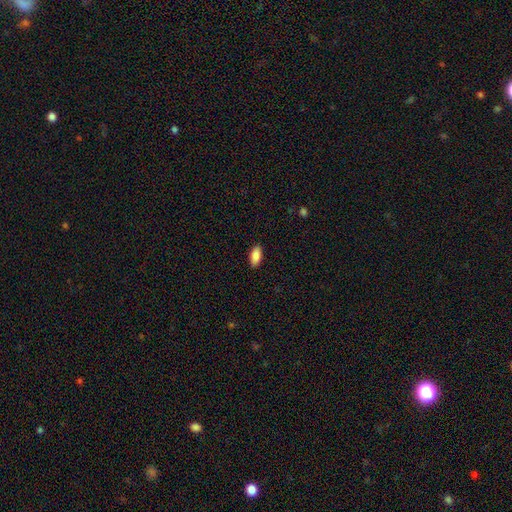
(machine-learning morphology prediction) A smooth galaxy with no disk features (88%) that is in between round and cigar-shaped (91%).

Vote fractions:
- Smooth or featured? smooth: 88% / star or artifact: 7% / featured or disk: 5%
- How rounded? in between: 91% / cigar-shaped: 7% / round: 2%
- Merging? none: 89% / minor disturbance: 8% / major disturbance: 2% / merger: 1%